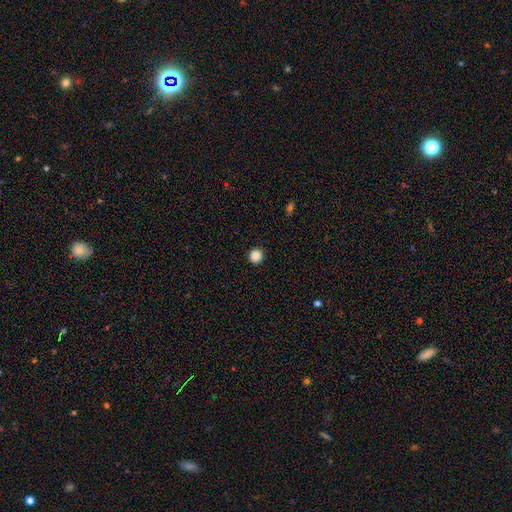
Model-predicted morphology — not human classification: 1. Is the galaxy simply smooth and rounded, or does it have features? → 87% smooth, 11% star or artifact, 3% featured or disk.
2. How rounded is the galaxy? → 95% round, 4% in between, 1% cigar-shaped.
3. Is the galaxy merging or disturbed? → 93% none, 4% minor disturbance, 2% major disturbance, 1% merger.